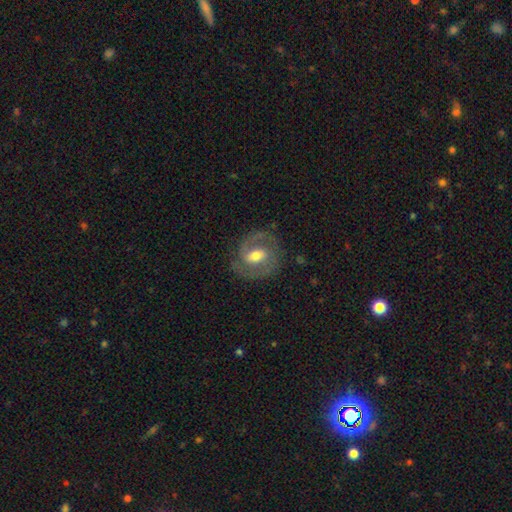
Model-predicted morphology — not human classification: smooth-or-featured: featured or disk: 80% | smooth: 14% | star or artifact: 6%
  disk-edge-on: no: 97% | yes: 3%
    bar: weak: 51% | strong: 26% | no: 23%
    has-spiral-arms: yes: 91% | no: 9%
      spiral-winding: medium: 52% | tight: 35% | loose: 14%
      spiral-arm-count: 2: 87% | can't tell: 5% | 1: 4% | 3: 2% | 4: 1% | more than 4: 1%
    bulge-size: moderate: 68% | small: 20% | large: 10% | none: 1% | dominant: 1%
  merging: none: 79% | minor disturbance: 13% | major disturbance: 6% | merger: 1%